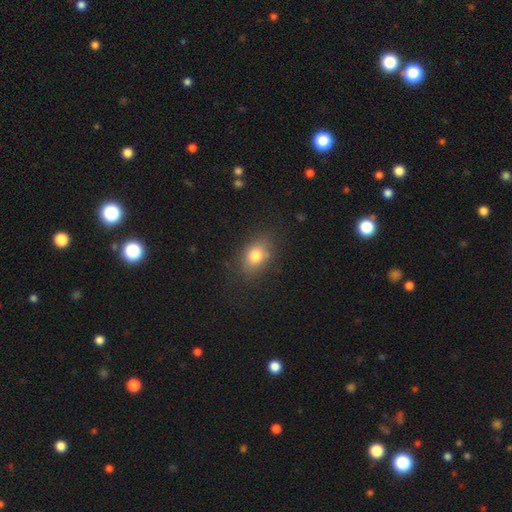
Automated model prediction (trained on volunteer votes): Smooth or featured? smooth (78%)
How rounded? in between (77%)
Merging? none (78%)